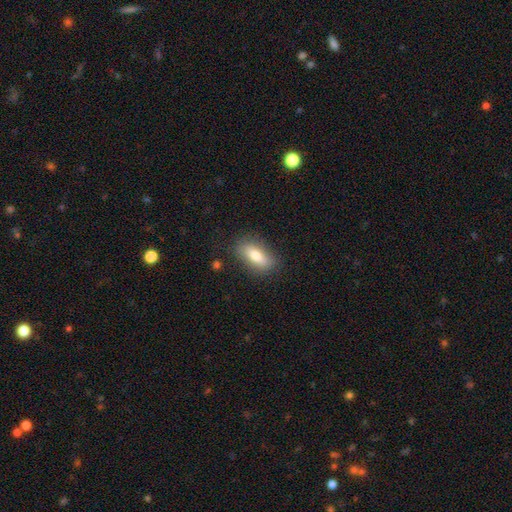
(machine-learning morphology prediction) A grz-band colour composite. It shows a smooth galaxy with no disk features (76%) that is in between round and cigar-shaped (76%). Merging: none (82%).